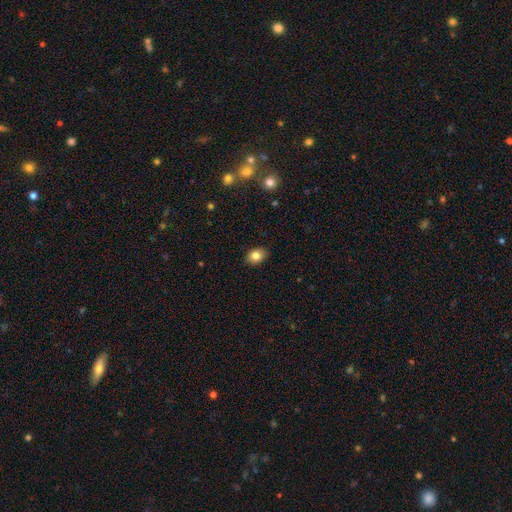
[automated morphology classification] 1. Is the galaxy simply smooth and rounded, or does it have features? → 83% smooth, 9% star or artifact, 8% featured or disk.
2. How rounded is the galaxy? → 71% in between, 28% round, 1% cigar-shaped.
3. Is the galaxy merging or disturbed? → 87% none, 10% minor disturbance, 2% major disturbance, 1% merger.